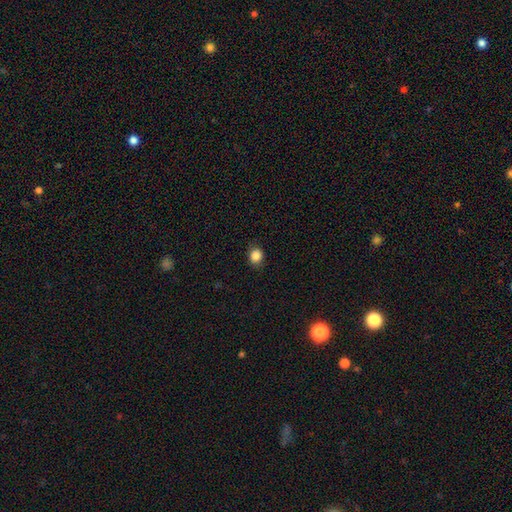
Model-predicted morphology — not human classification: The model was most divided on "how rounded": round: 72%, in between: 27%, cigar-shaped: 1%. More confident: smooth or featured — smooth (86%); merging — none (85%).